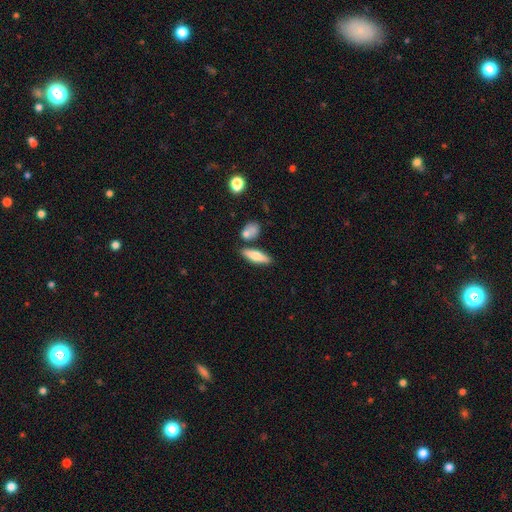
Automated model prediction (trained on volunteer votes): Smooth or featured? smooth (66%)
How rounded? cigar-shaped (56%)
Merging? none (74%)